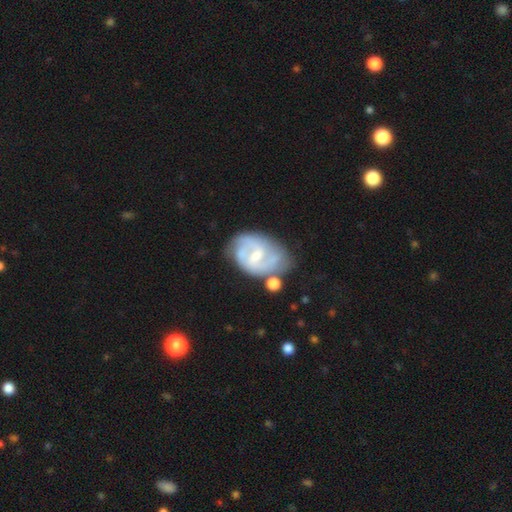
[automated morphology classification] This appears to be a featured or disk galaxy (80%) with a weak bar (58%), 2 (65%) medium (47%) spiral arms (91%) and a small central bulge (52%). Merging: none (54%).